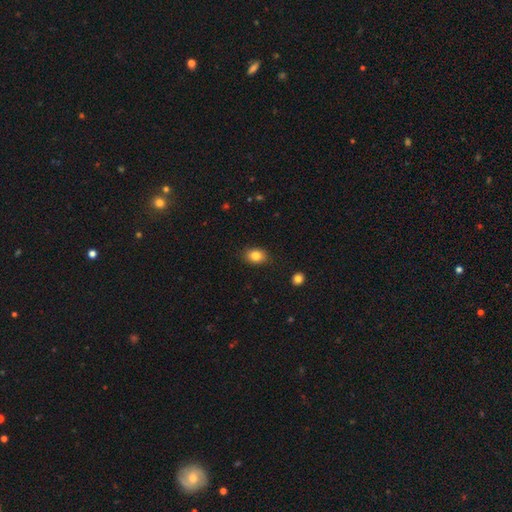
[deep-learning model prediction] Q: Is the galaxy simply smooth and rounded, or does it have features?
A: smooth — 84%.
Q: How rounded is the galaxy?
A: in between — 68%.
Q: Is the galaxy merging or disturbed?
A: none — 87%.